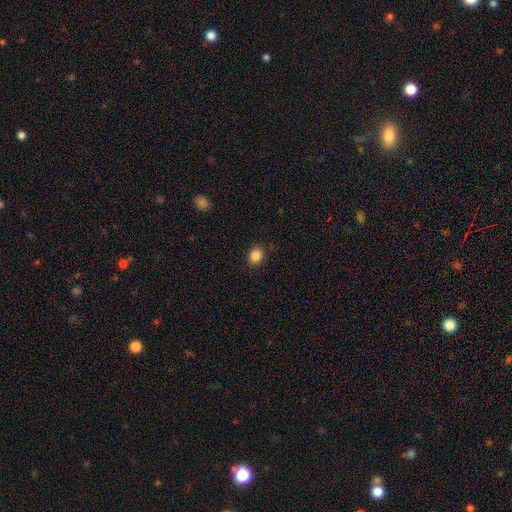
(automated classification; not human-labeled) This is clearly a smooth galaxy (86%). How rounded: possibly round (60%). Merging: clearly none (86%).